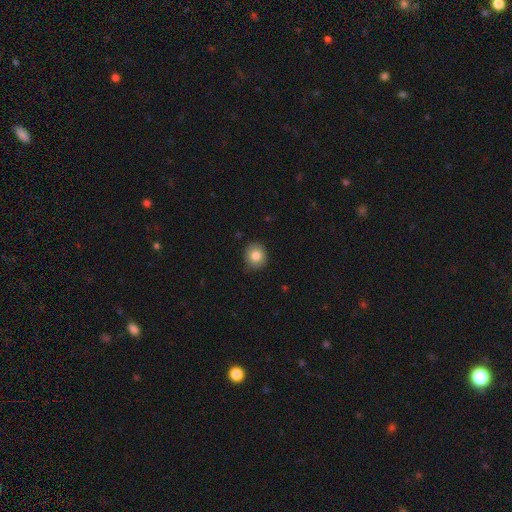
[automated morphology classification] Smooth or featured? Predicted: smooth (p=0.82). How rounded? Predicted: round (p=0.86). Merging? Predicted: none (p=0.84).